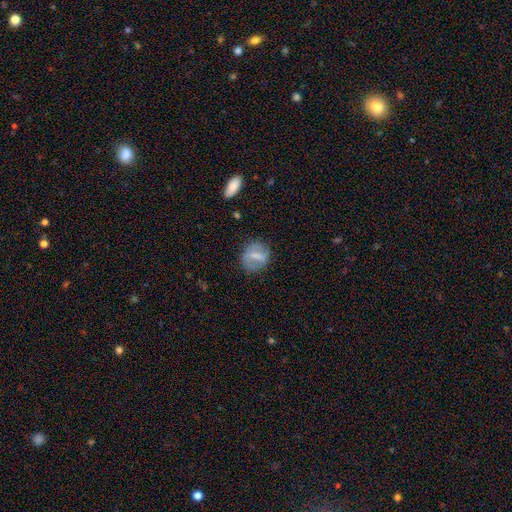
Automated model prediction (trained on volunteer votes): The model was most divided on "smooth or featured": smooth: 50%, featured or disk: 41%, star or artifact: 9%. More confident: merging — none (72%).